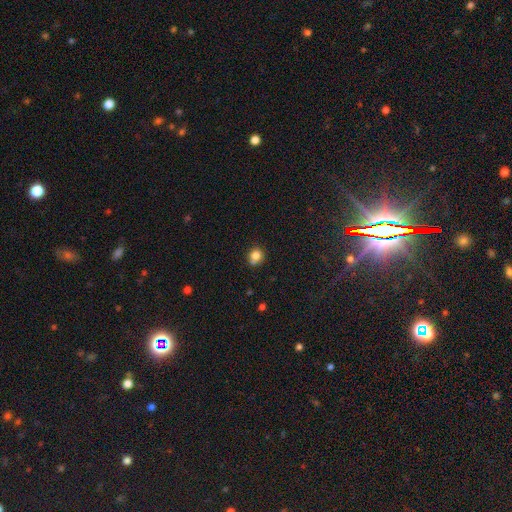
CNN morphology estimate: Smooth or featured: smooth — 79% (star or artifact — 12%)
How rounded: round — 81% (in between — 18%)
Merging: none — 65% (minor disturbance — 17%)